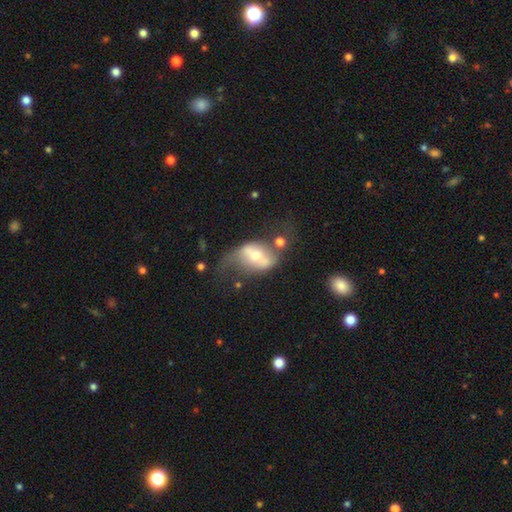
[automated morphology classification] type=featured or disk (58%); edge-on=no (90%); bar=no (41%); spiral arms=no (50%, tied with yes); bulge=moderate (54%); merging=major disturbance (33%).